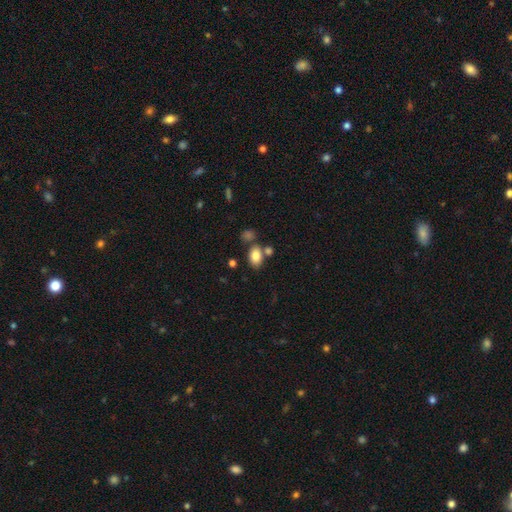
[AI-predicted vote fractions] This appears to be a smooth galaxy with no disk features (83%) that is in between round and cigar-shaped (83%). Merging: none (65%).